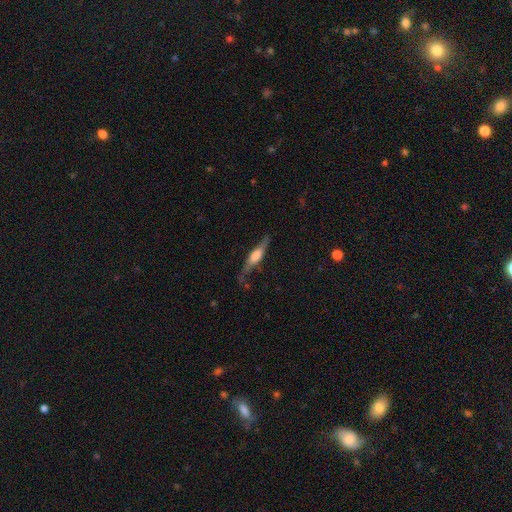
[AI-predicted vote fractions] This appears to be a featured or disk galaxy (62%) viewed edge-on (86%) with a rounded central bulge (66%). Merging: none (66%).